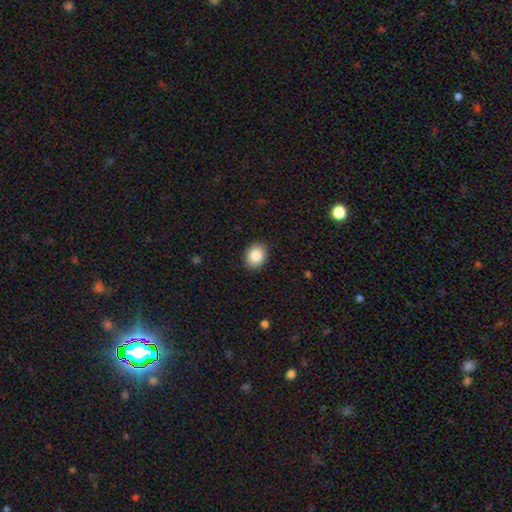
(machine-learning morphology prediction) Smooth or featured?
  - smooth: 86% *
  - star or artifact: 8%
  - featured or disk: 6%
How rounded?
  - round: 52% *
  - in between: 47%
  - cigar-shaped: 1%
Merging?
  - none: 89% *
  - minor disturbance: 8%
  - major disturbance: 2%
  - merger: 1%